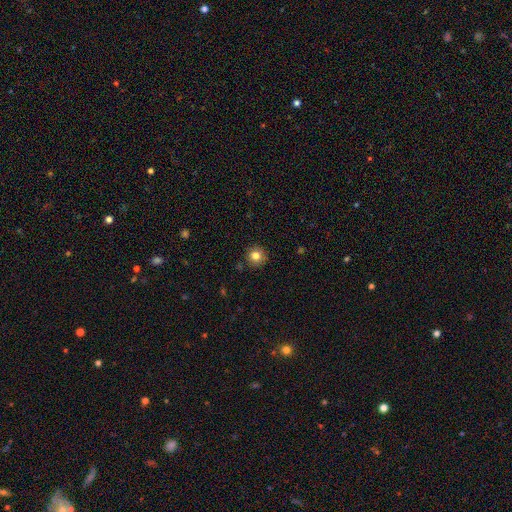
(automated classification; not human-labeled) This is clearly a smooth galaxy (81%). How rounded: clearly round (94%). Merging: clearly none (90%).